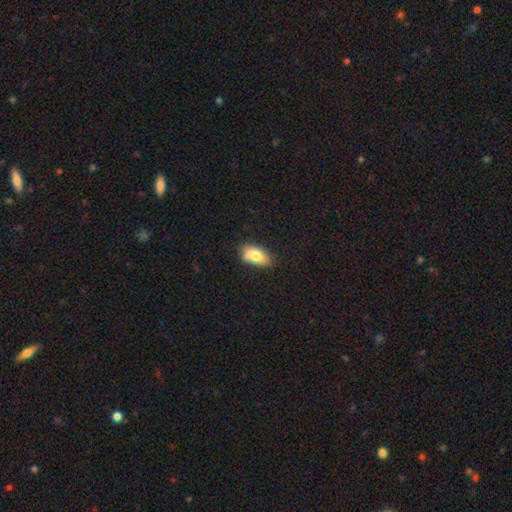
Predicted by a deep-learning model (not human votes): This is likely a smooth galaxy (75%). How rounded: clearly in between (89%). Merging: possibly none (57%).